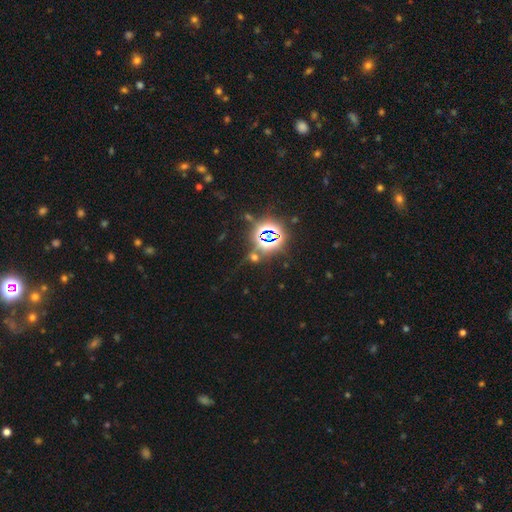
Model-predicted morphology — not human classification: A star or artifact, not a galaxy (79%).